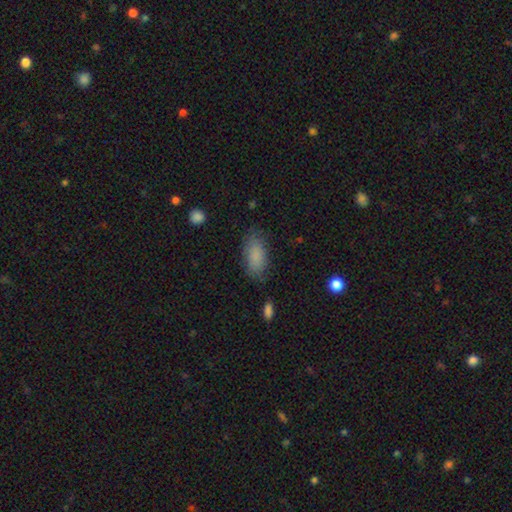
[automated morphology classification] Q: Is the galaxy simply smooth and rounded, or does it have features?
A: smooth — 86%.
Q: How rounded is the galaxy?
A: in between — 90%.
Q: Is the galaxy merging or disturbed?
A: none — 79%.